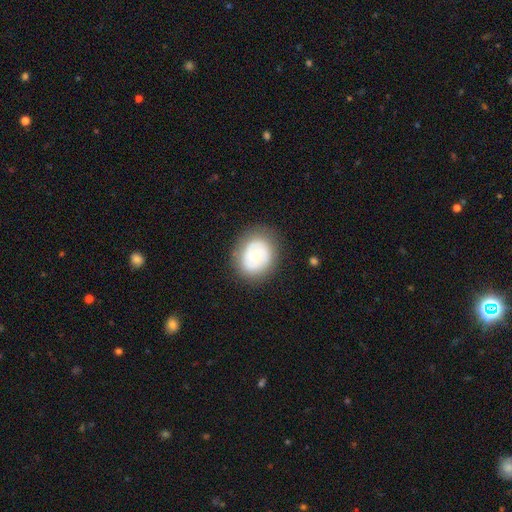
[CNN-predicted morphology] featured or disk 50%, smooth 44%, star or artifact 6%. Down the decision tree: merging — none (79%).